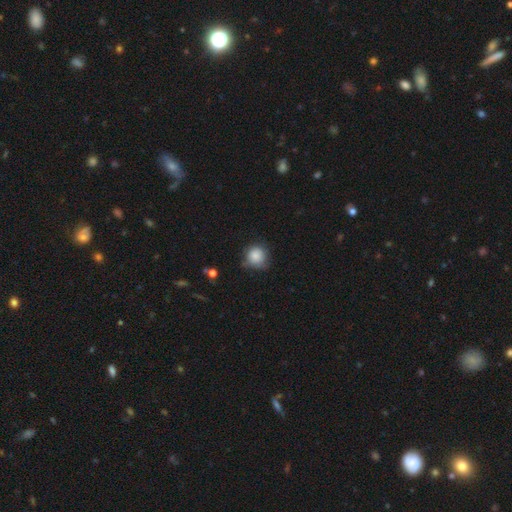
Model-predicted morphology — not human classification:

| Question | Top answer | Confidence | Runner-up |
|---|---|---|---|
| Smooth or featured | smooth | 84% | star or artifact (9%) |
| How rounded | round | 90% | in between (9%) |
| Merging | none | 64% | minor disturbance (28%) |